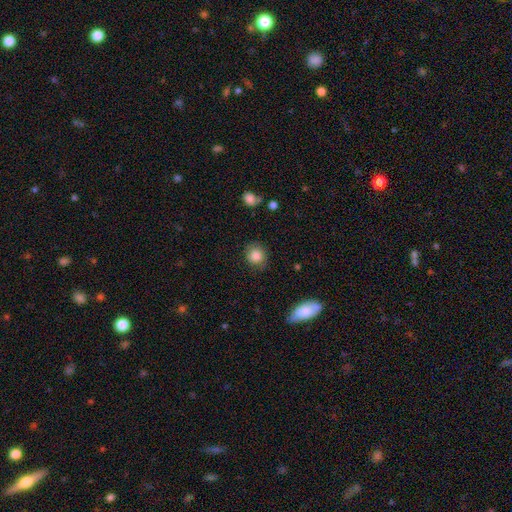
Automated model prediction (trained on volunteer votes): Smooth or featured? Predicted: smooth (p=0.85). How rounded? Predicted: round (p=0.84). Merging? Predicted: none (p=0.82).